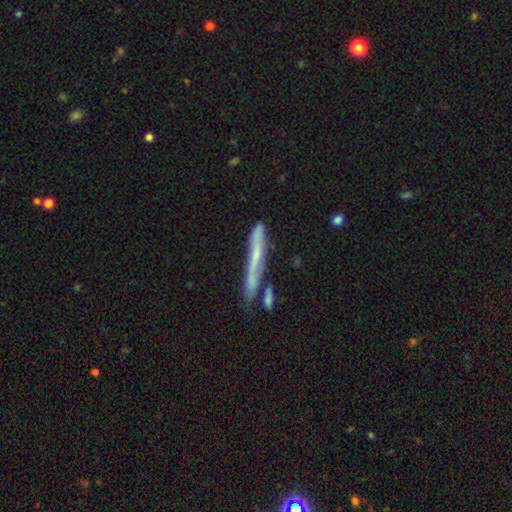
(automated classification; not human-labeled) smooth-or-featured: featured or disk: 49% | smooth: 42% | star or artifact: 8%
  merging: none: 61% | minor disturbance: 18% | merger: 14% | major disturbance: 6%